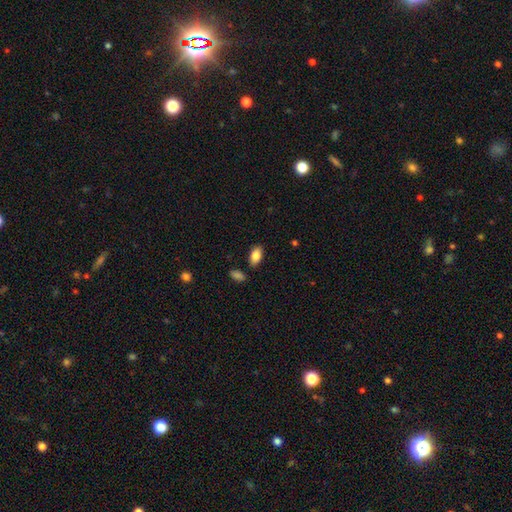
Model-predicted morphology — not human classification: type=smooth (85%); roundness=in between (93%); merging=none (85%).